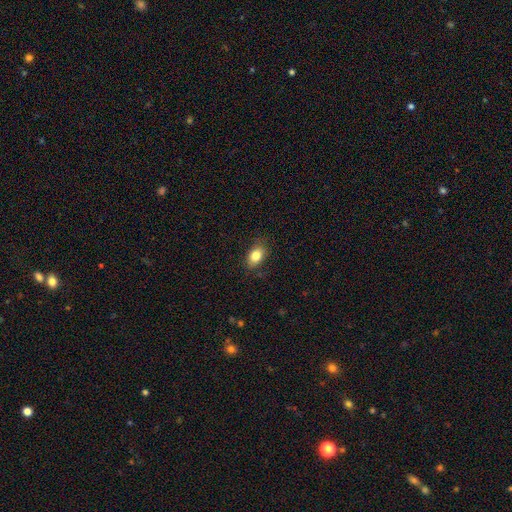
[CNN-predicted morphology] This is clearly a smooth galaxy (83%). How rounded: clearly in between (82%). Merging: clearly none (82%).